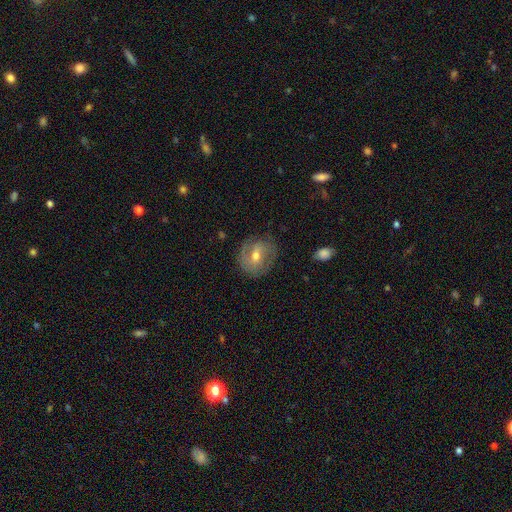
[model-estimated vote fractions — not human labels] Smooth or featured? Predicted: featured or disk (p=0.57). Edge-on disk? Predicted: no (p=0.95). Bar? Predicted: weak (p=0.47). Spiral arms? Predicted: yes (p=0.72). Bulge size? Predicted: moderate (p=0.64). Merging? Predicted: none (p=0.75).